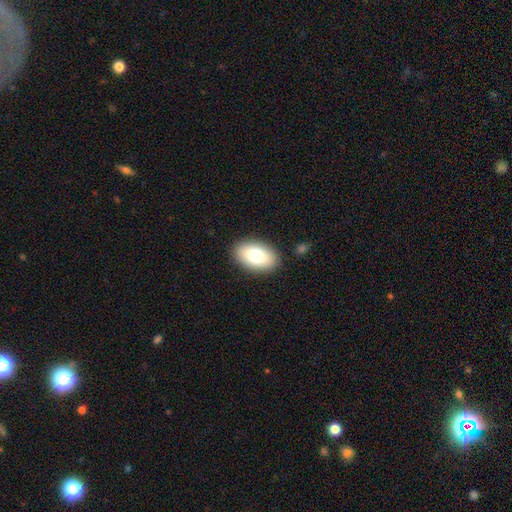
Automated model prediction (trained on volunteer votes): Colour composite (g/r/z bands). It shows a smooth galaxy with no disk features (78%) that is in between round and cigar-shaped (91%). Merging: none (88%).